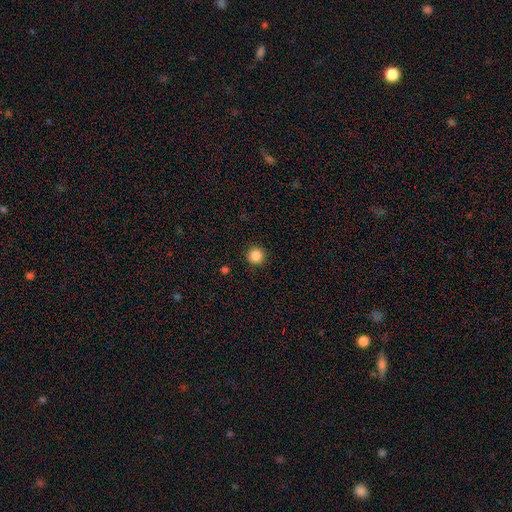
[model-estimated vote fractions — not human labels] Smooth or featured? smooth (86%)
How rounded? round (96%)
Merging? none (92%)